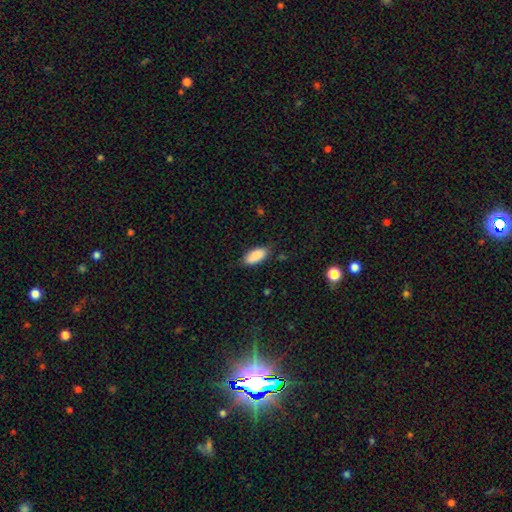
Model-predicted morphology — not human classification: Smooth or featured: smooth — 89% (star or artifact — 6%)
How rounded: in between — 89% (cigar-shaped — 9%)
Merging: none — 79% (minor disturbance — 16%)